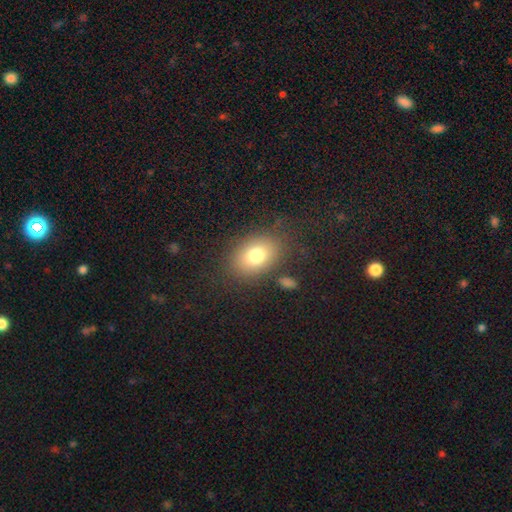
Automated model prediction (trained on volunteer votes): Morphology: type=smooth (76%); roundness=in between (71%); merging=none (76%).